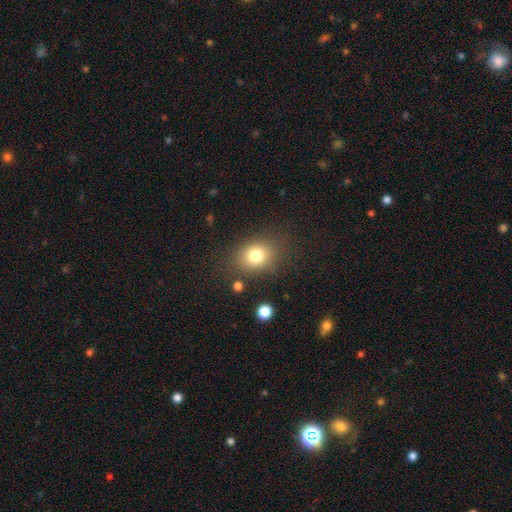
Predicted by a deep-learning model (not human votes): Q: Smooth or featured?
A: smooth (79%); runner-up: star or artifact (12%)
Q: How rounded?
A: round (52%); runner-up: in between (47%)
Q: Merging?
A: none (79%); runner-up: minor disturbance (12%)